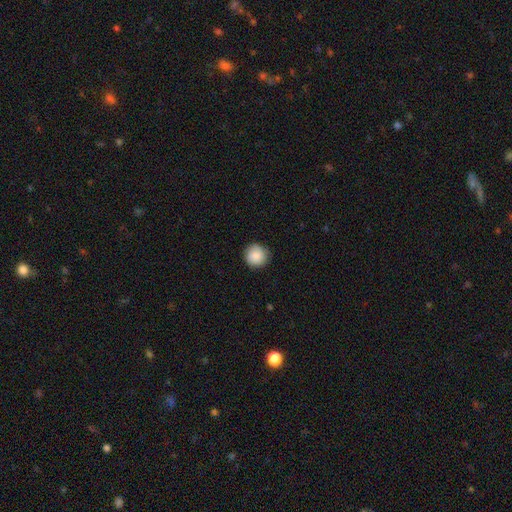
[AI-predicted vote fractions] smooth_or_featured: smooth (p=0.87) [alt: star or artifact p=0.07]
how_rounded: round (p=0.94) [alt: in between p=0.05]
merging: none (p=0.86) [alt: minor disturbance p=0.11]